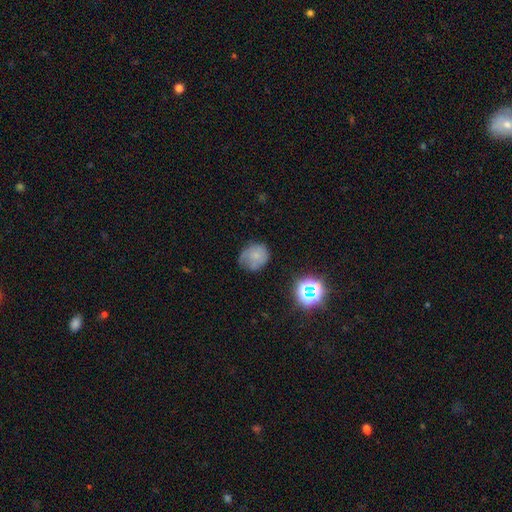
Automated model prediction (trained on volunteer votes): Overall: smooth (63%). How rounded: round (72%). Merging: none (54%; minor disturbance 31%).